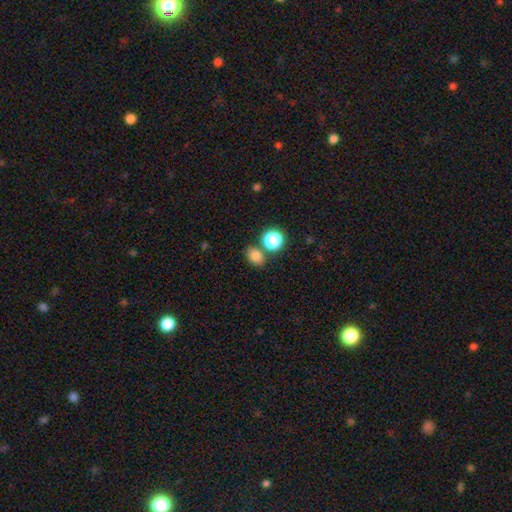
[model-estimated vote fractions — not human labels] Overall: smooth (79%). How rounded: round (54%; in between 45%). Merging: none (71%).